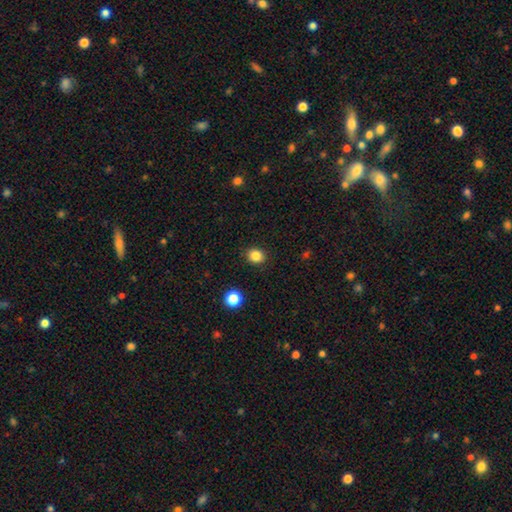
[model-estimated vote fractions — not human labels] Overall: smooth (84%). How rounded: round (74%). Merging: none (90%).